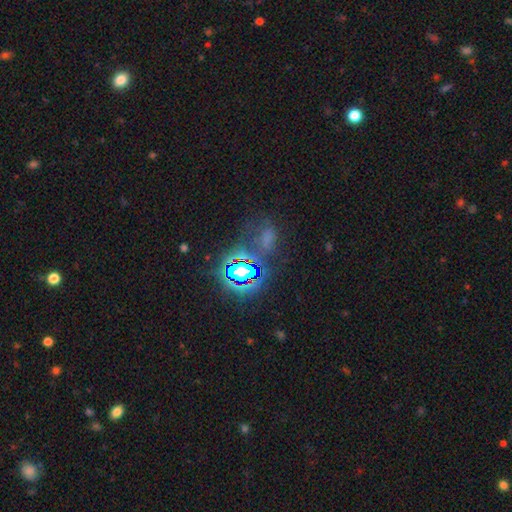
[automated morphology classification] smooth-or-featured: star or artifact: 74% | smooth: 17% | featured or disk: 9%